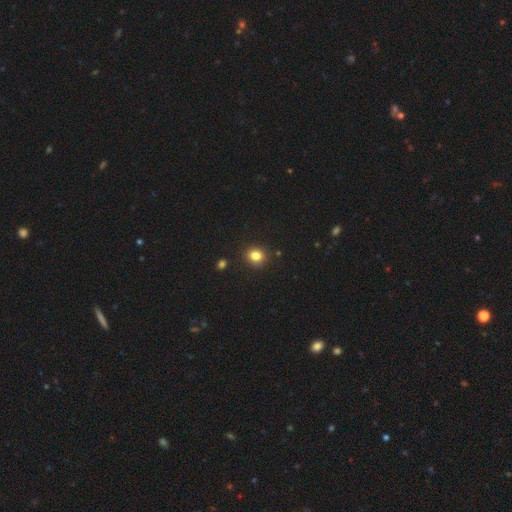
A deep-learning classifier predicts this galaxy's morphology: A smooth galaxy with no disk features (83%) that is round (71%).

Vote fractions:
- Smooth or featured? smooth: 83% / star or artifact: 12% / featured or disk: 5%
- How rounded? round: 71% / in between: 28% / cigar-shaped: 1%
- Merging? none: 86% / minor disturbance: 10% / major disturbance: 2% / merger: 2%